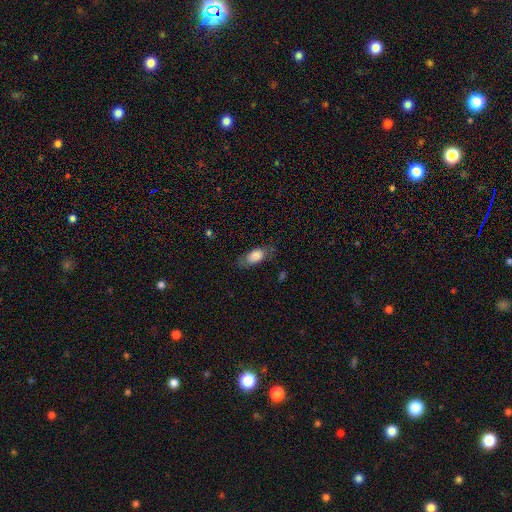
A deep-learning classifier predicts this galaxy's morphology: The model was most divided on "merging": none: 66%, minor disturbance: 22%, major disturbance: 11%, merger: 2%. More confident: how rounded — in between (87%); smooth or featured — smooth (76%).